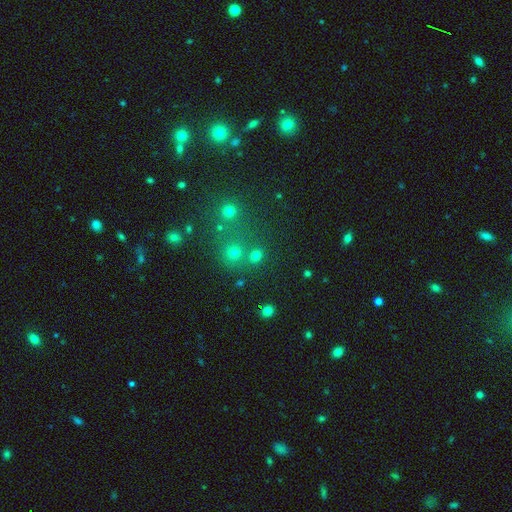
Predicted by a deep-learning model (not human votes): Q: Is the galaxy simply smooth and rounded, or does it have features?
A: smooth — 71%.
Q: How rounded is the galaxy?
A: round — 77%.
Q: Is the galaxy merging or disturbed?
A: none — 69%.